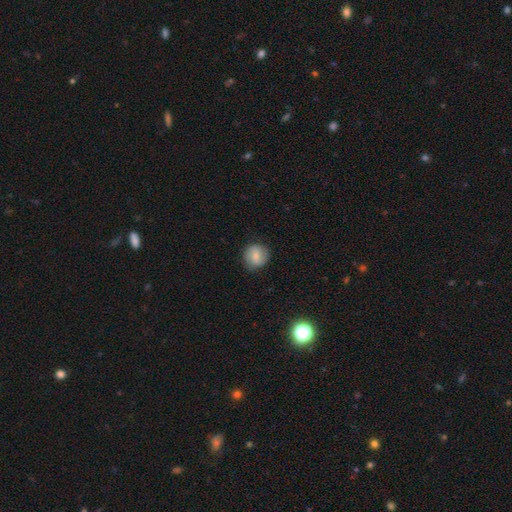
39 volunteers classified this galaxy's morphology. Smooth or featured?
  - smooth: 77% *
  - featured or disk: 15%
  - star or artifact: 8%
How rounded?
  - round: 97% *
  - in between: 3%
  - cigar-shaped: 0%
Merging?
  - none: 92% *
  - minor disturbance: 6%
  - major disturbance: 3%
  - merger: 0%